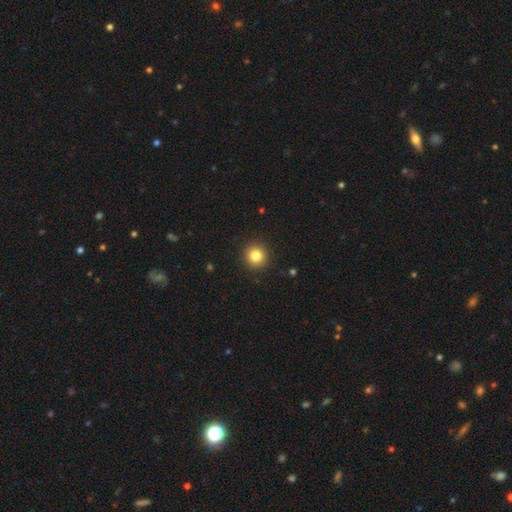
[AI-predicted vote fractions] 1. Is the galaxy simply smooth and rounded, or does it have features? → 83% smooth, 11% star or artifact, 6% featured or disk.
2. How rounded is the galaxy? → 94% round, 5% in between, 1% cigar-shaped.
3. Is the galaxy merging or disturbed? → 92% none, 5% minor disturbance, 2% major disturbance, 1% merger.